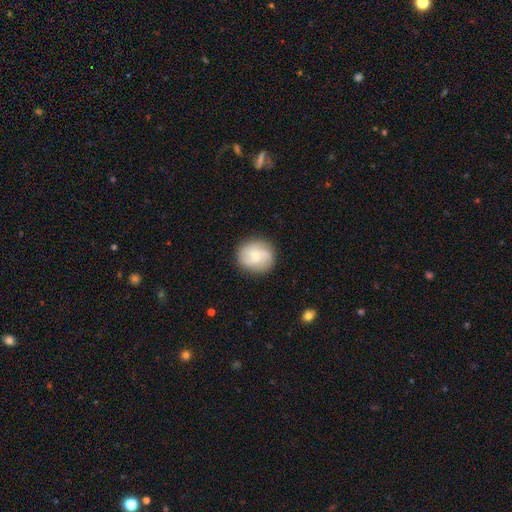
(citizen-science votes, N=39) Smooth or featured? smooth (54%)
How rounded? round (81%)
Merging? none (92%)